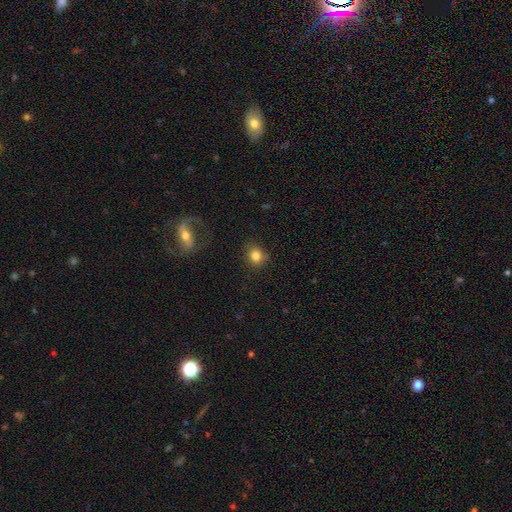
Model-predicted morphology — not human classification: A smooth galaxy with no disk features (81%) that is round (72%).

Vote fractions:
- Smooth or featured? smooth: 81% / star or artifact: 11% / featured or disk: 8%
- How rounded? round: 72% / in between: 27% / cigar-shaped: 1%
- Merging? none: 79% / minor disturbance: 14% / major disturbance: 5% / merger: 2%